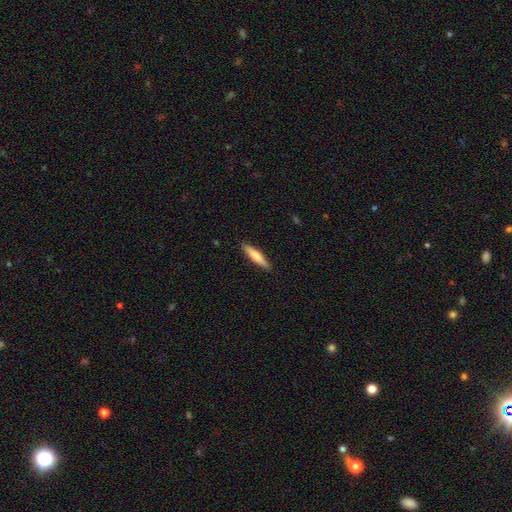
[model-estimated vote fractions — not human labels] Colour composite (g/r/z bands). It shows a smooth galaxy with no disk features (65%) that is cigar-shaped (85%). Merging: none (90%).